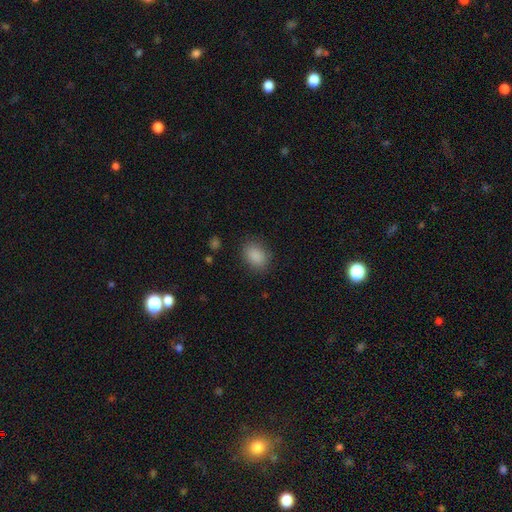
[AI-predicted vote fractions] A smooth galaxy with no disk features (88%) that is in between round and cigar-shaped (70%).

Vote fractions:
- Smooth or featured? smooth: 88% / star or artifact: 9% / featured or disk: 4%
- How rounded? in between: 70% / round: 28% / cigar-shaped: 1%
- Merging? none: 83% / minor disturbance: 12% / major disturbance: 4% / merger: 1%